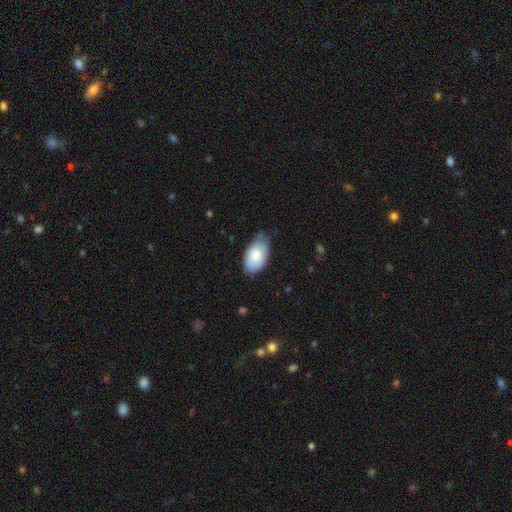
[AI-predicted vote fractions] smooth_or_featured: smooth (p=0.80) [alt: featured or disk p=0.14]
how_rounded: in between (p=0.94) [alt: round p=0.04]
merging: none (p=0.69) [alt: minor disturbance p=0.27]